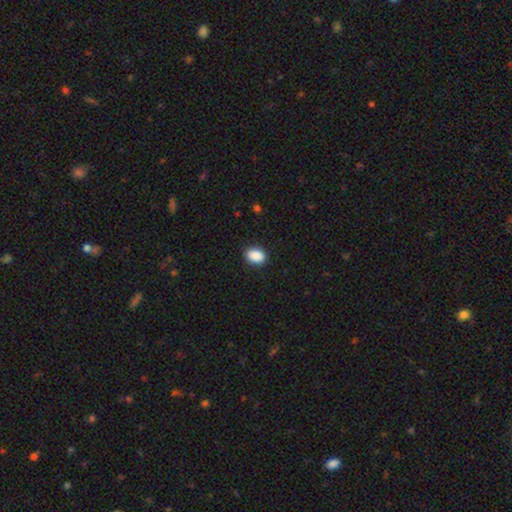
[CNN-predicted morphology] Overall: smooth (90%). How rounded: in between (77%). Merging: none (88%).